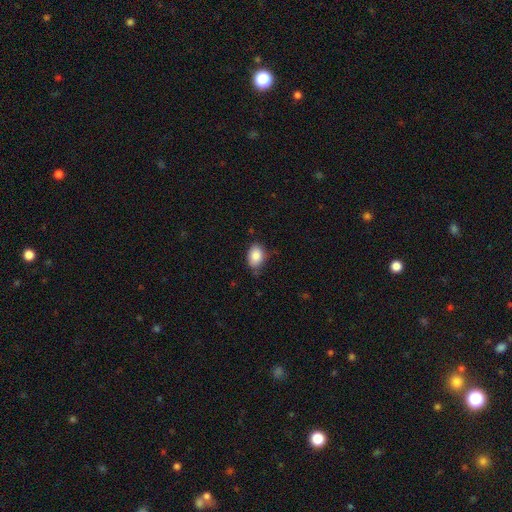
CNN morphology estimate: Smooth or featured: smooth — 87% (star or artifact — 8%)
How rounded: in between — 79% (round — 20%)
Merging: none — 73% (minor disturbance — 22%)